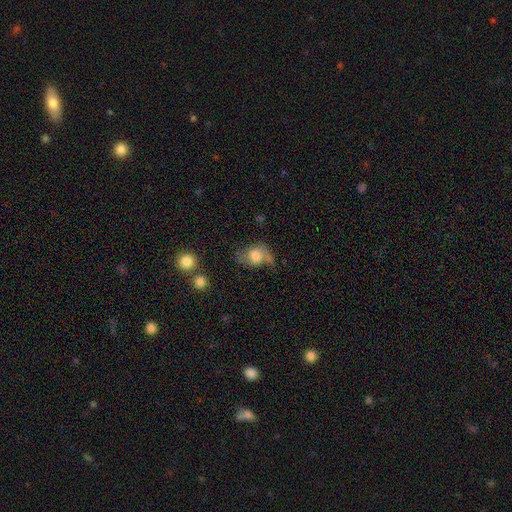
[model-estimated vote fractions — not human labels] The model was most divided on "smooth or featured": smooth: 46%, featured or disk: 45%, star or artifact: 9%. Remaining: merging — none (42%).